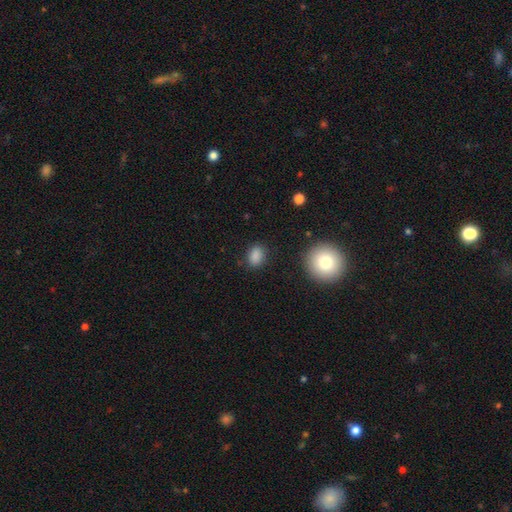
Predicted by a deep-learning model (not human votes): Overall: smooth (85%). How rounded: in between (75%). Merging: none (84%).